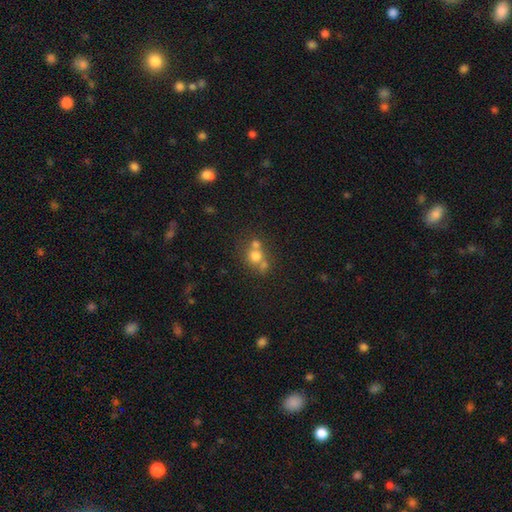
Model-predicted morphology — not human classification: This is likely a smooth galaxy (64%). How rounded: clearly round (81%). Merging: possibly merger (47%).